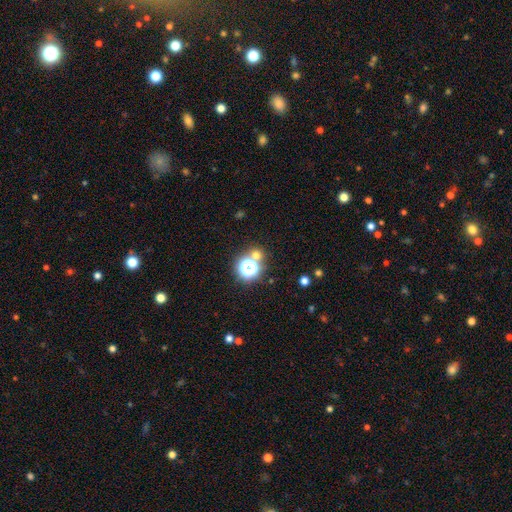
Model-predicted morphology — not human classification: smooth 55%, star or artifact 37%, featured or disk 7%. Down the decision tree: how rounded — round (87%); merging — none (68%).